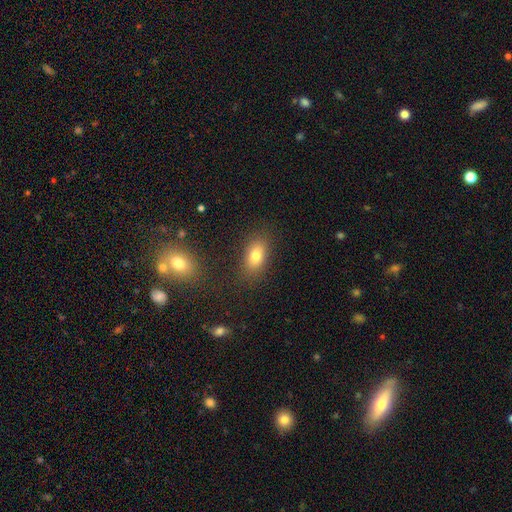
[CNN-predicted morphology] Q: Smooth or featured?
A: smooth (79%); runner-up: featured or disk (11%)
Q: How rounded?
A: in between (86%); runner-up: round (10%)
Q: Merging?
A: none (82%); runner-up: minor disturbance (11%)